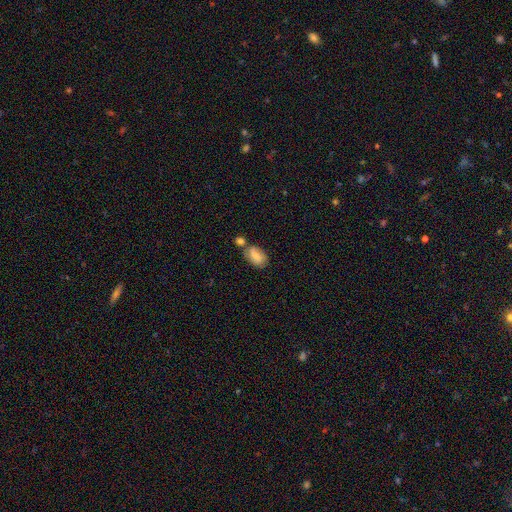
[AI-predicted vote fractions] smooth-or-featured: smooth: 67% | featured or disk: 24% | star or artifact: 8%
  how-rounded: in between: 89% | round: 9% | cigar-shaped: 2%
  merging: none: 51% | merger: 26% | minor disturbance: 18% | major disturbance: 5%